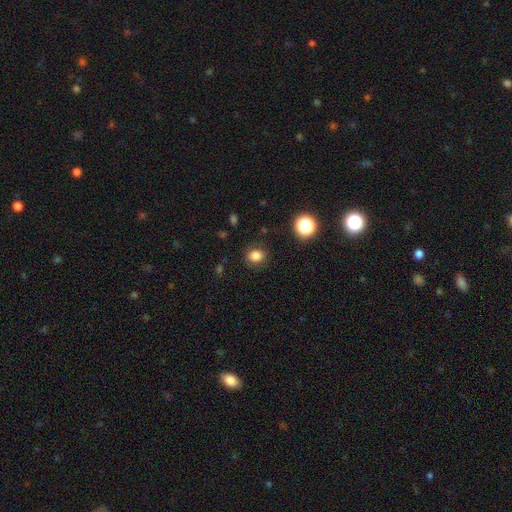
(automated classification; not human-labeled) Morphology: type=smooth (82%); roundness=round (66%); merging=none (87%).